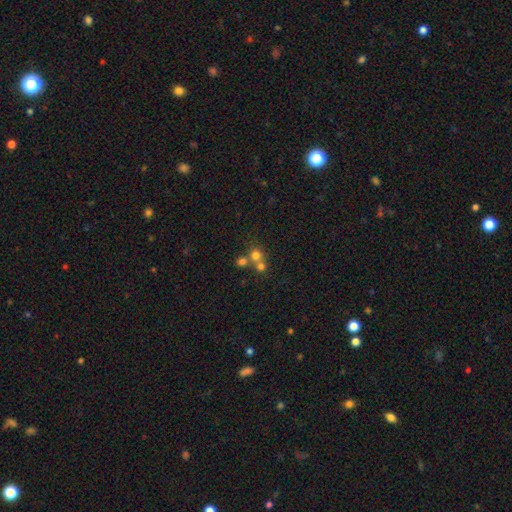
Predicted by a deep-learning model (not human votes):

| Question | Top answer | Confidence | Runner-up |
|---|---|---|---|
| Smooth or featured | smooth | 69% | star or artifact (17%) |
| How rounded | round | 88% | in between (11%) |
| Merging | merger | 47% | none (45%) |